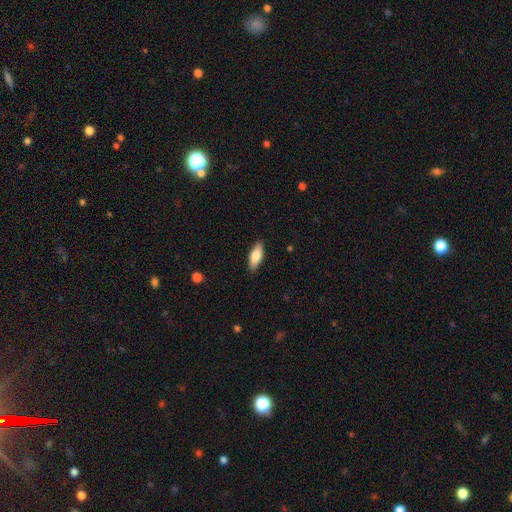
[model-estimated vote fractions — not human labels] Q: Smooth or featured?
A: smooth (81%); runner-up: featured or disk (13%)
Q: How rounded?
A: in between (75%); runner-up: cigar-shaped (23%)
Q: Merging?
A: none (88%); runner-up: minor disturbance (9%)